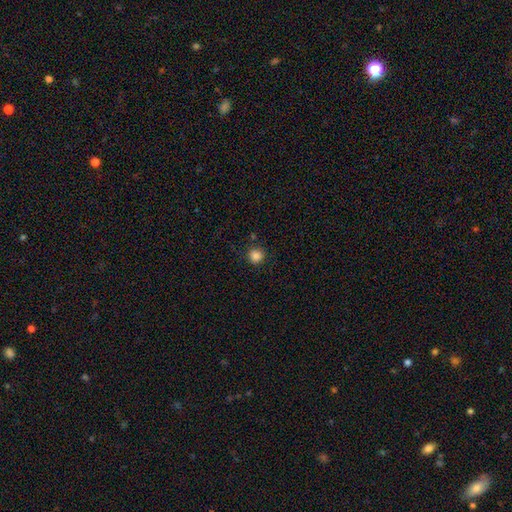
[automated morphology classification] Smooth or featured? smooth (85%)
How rounded? round (91%)
Merging? none (86%)